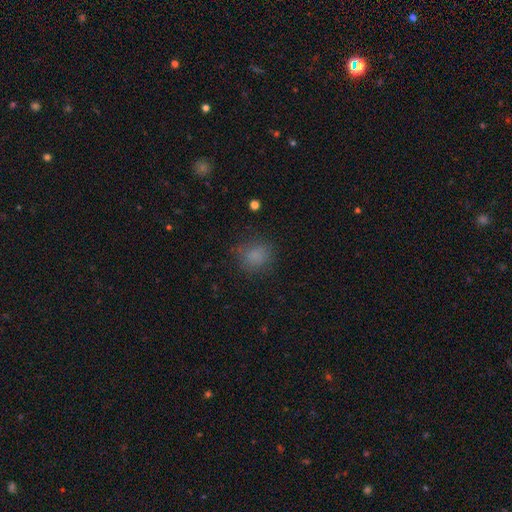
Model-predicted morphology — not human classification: This is clearly a smooth galaxy (80%). How rounded: likely round (78%). Merging: likely none (79%).